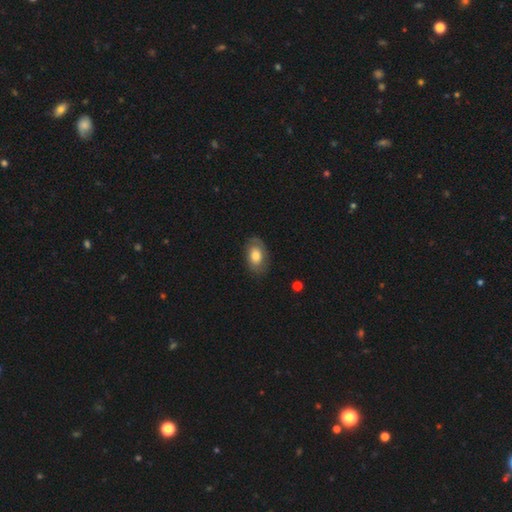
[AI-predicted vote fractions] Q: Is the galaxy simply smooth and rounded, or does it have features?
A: smooth — 59%.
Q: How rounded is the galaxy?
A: in between — 87%.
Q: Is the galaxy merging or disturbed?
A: none — 73%.